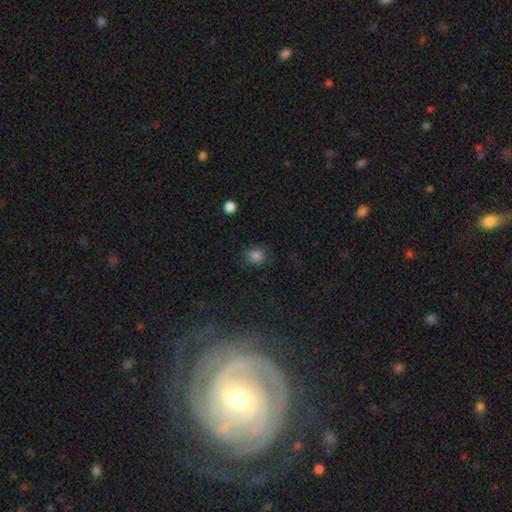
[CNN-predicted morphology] This is clearly a smooth galaxy (82%). How rounded: likely round (74%). Merging: likely none (77%).